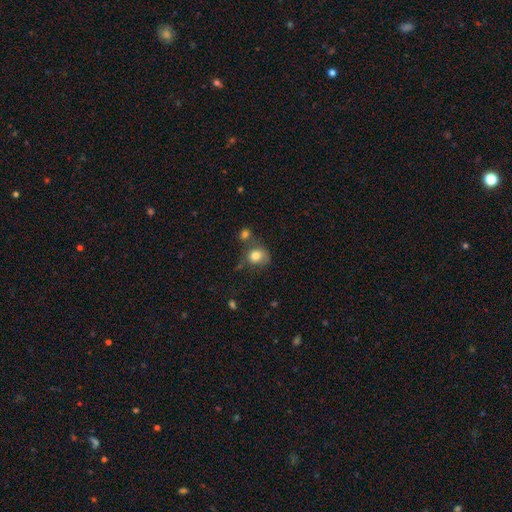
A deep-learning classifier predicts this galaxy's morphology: Overall: smooth (80%). How rounded: round (65%; in between 34%). Merging: none (51%; merger 20%).